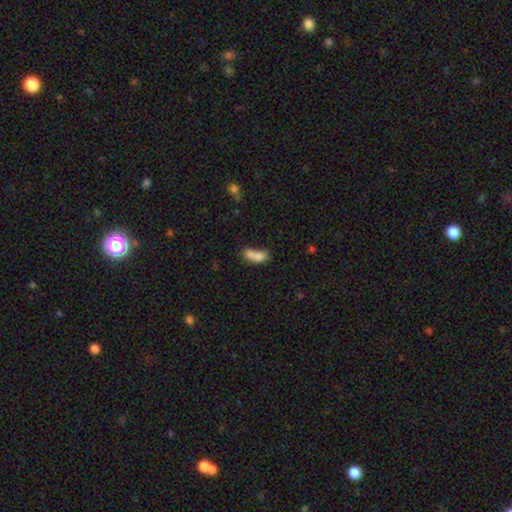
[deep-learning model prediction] A smooth galaxy with no disk features (75%) that is in between round and cigar-shaped (78%).

Vote fractions:
- Smooth or featured? smooth: 75% / featured or disk: 14% / star or artifact: 11%
- How rounded? in between: 78% / cigar-shaped: 16% / round: 6%
- Merging? merger: 43% / none: 26% / minor disturbance: 18% / major disturbance: 14%